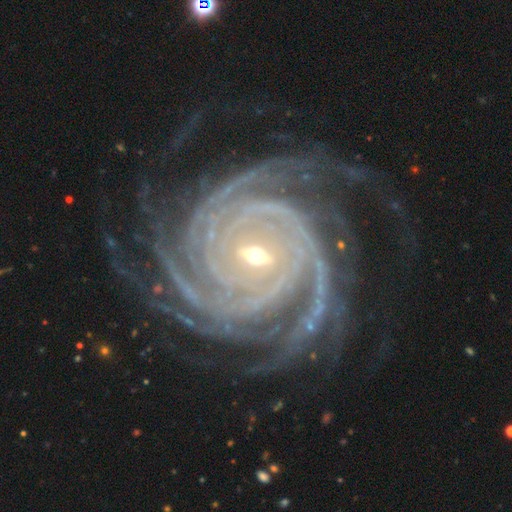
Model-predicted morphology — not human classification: Smooth or featured?
  - featured or disk: 93% *
  - star or artifact: 5%
  - smooth: 2%
Edge-on disk?
  - no: 98% *
  - yes: 2%
Bar?
  - weak: 34% * (tied)
  - no: 34% * (tied)
  - strong: 32%
Spiral arms?
  - yes: 99% *
  - no: 1%
Spiral winding?
  - tight: 84% *
  - medium: 14%
  - loose: 2%
Spiral arm count?
  - 4: 30% *
  - more than 4: 28%
  - 3: 13%
  - can't tell: 11%
  - 2: 9%
  - 1: 8%
Bulge size?
  - small: 65% *
  - moderate: 32%
  - large: 1%
  - none: 1%
  - dominant: 1%
Merging?
  - none: 75% *
  - minor disturbance: 15%
  - major disturbance: 9%
  - merger: 2%